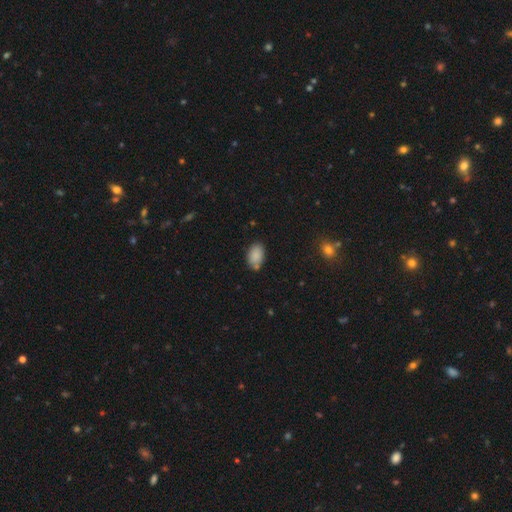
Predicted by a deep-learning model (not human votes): The model was most divided on "merging": none: 73%, minor disturbance: 17%, merger: 6%, major disturbance: 4%. More confident: how rounded — in between (89%); smooth or featured — smooth (87%).